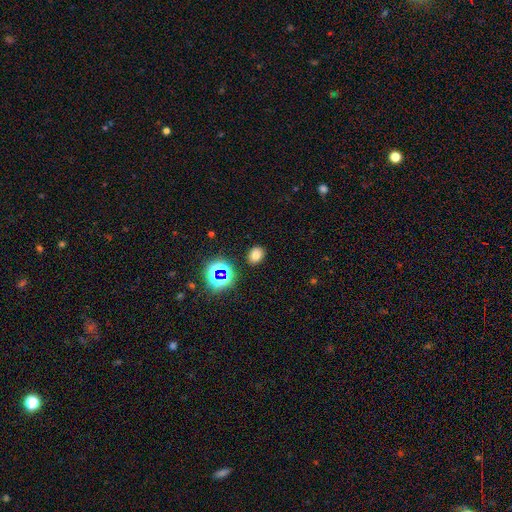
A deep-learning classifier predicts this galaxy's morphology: smooth-or-featured: smooth: 70% | star or artifact: 22% | featured or disk: 8%
  how-rounded: in between: 54% | round: 45% | cigar-shaped: 1%
  merging: none: 87% | minor disturbance: 9% | major disturbance: 3% | merger: 2%